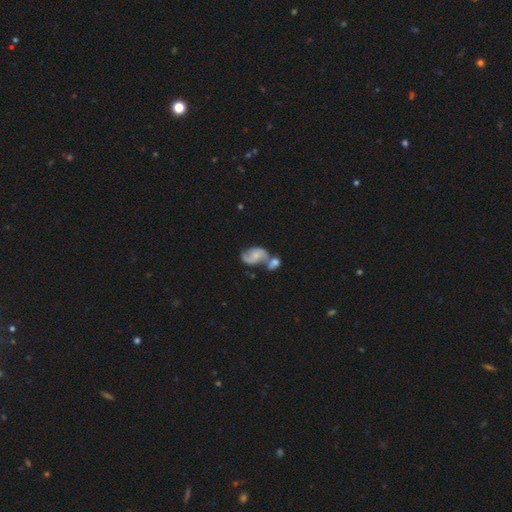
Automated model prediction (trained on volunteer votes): The model was most divided on "spiral winding": medium: 46%, loose: 37%, tight: 17%. Remaining: edge-on disk — no (97%); spiral arms — yes (90%); spiral arm count — 2 (86%); smooth or featured — featured or disk (71%); bar — no (63%); merging — merger (58%); bulge size — small (47%).